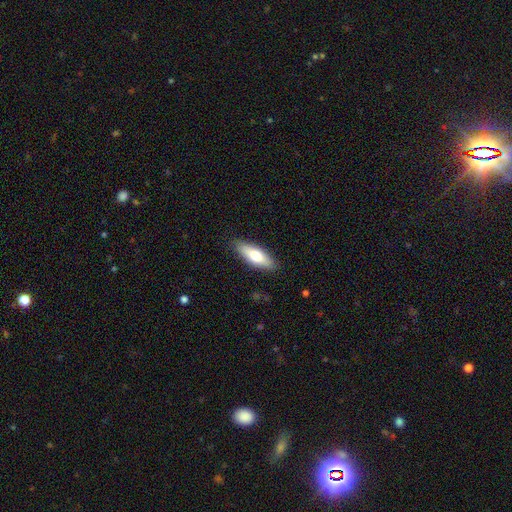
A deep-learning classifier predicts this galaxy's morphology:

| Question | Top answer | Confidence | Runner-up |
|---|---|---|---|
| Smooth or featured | smooth | 67% | featured or disk (27%) |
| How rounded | in between | 55% | cigar-shaped (42%) |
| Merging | none | 87% | minor disturbance (10%) |